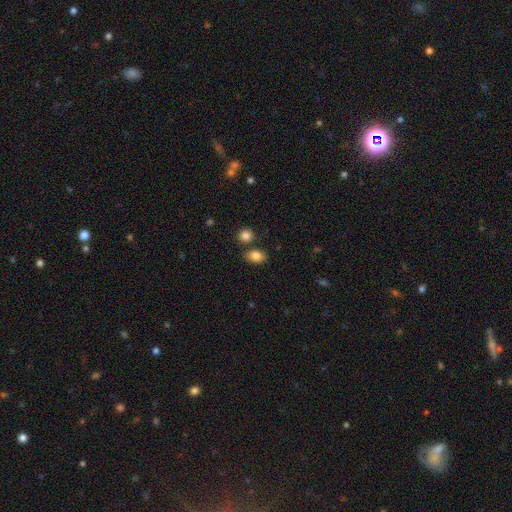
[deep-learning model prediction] This is clearly a smooth galaxy (84%). How rounded: likely in between (80%). Merging: likely none (74%).